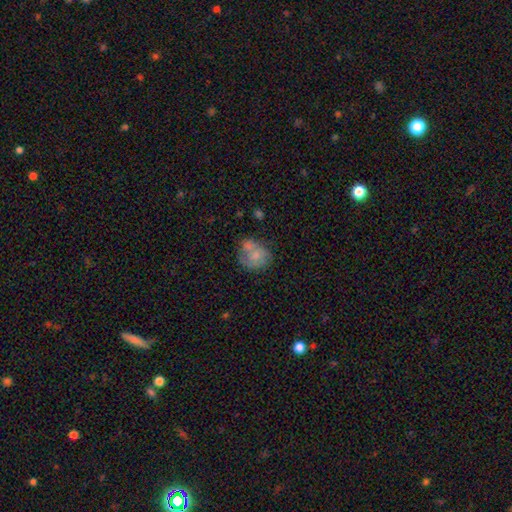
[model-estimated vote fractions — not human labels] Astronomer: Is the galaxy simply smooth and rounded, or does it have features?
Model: smooth — 54% (runner-up: featured or disk, 38%).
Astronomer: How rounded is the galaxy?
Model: round — 67%.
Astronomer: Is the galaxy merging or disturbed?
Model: none — 42% (runner-up: merger, 25%).